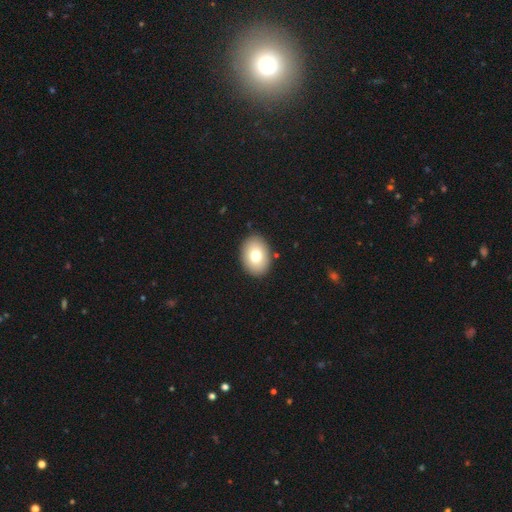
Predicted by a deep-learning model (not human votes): This is likely a smooth galaxy (75%). How rounded: likely in between (74%). Merging: clearly none (89%).